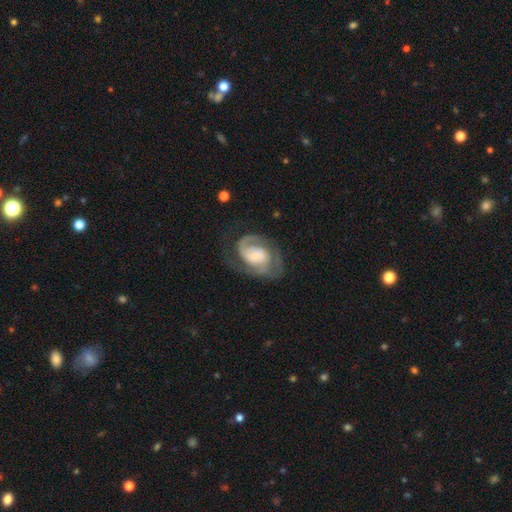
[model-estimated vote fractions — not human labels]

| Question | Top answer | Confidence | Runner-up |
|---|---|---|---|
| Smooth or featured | featured or disk | 83% | smooth (12%) |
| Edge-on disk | no | 98% | yes (2%) |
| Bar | no | 52% | weak (38%) |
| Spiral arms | yes | 94% | no (6%) |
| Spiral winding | tight | 46% | medium (40%) |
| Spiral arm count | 2 | 56% | 1 (18%) |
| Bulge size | small | 51% | moderate (27%) |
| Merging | none | 58% | major disturbance (21%) |